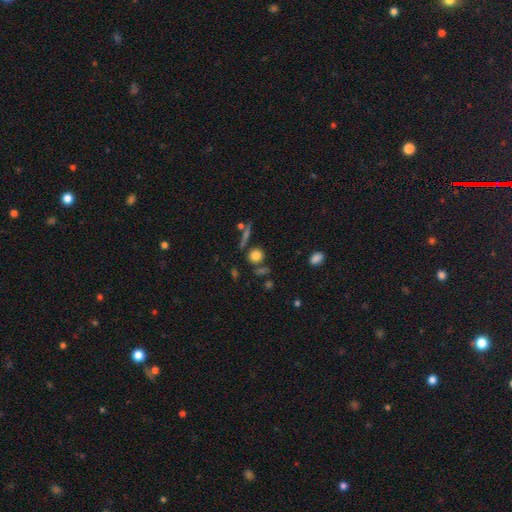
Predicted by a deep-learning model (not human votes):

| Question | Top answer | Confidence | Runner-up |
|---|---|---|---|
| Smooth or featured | smooth | 77% | star or artifact (13%) |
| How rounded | round | 84% | in between (12%) |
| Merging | none | 75% | merger (11%) |